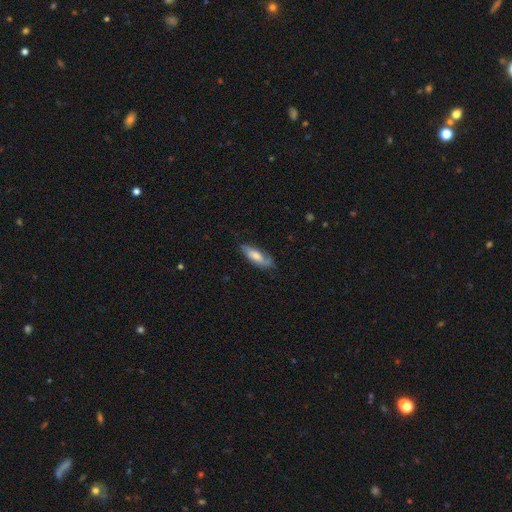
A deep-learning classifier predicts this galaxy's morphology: Smooth or featured?
  - smooth: 52% *
  - featured or disk: 40%
  - star or artifact: 7%
How rounded?
  - in between: 52% *
  - cigar-shaped: 46%
  - round: 2%
Merging?
  - none: 74% *
  - minor disturbance: 20%
  - major disturbance: 4%
  - merger: 1%